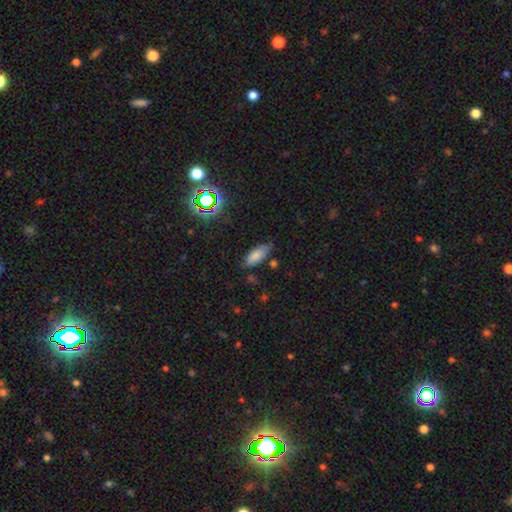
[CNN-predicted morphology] Overall: smooth (79%). How rounded: in between (79%). Merging: none (70%).